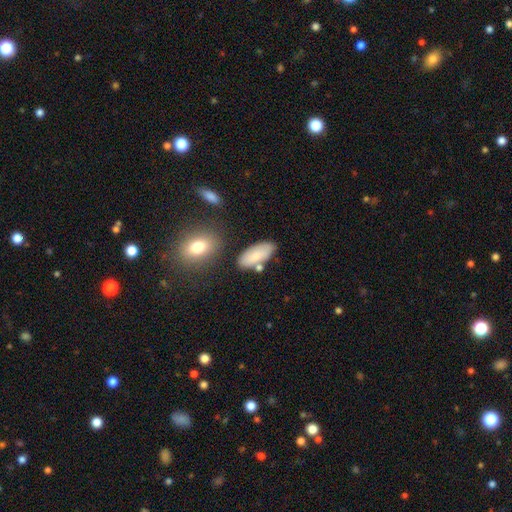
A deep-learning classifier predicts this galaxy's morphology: A smooth galaxy with no disk features (79%) that is in between round and cigar-shaped (87%).

Vote fractions:
- Smooth or featured? smooth: 79% / featured or disk: 14% / star or artifact: 7%
- How rounded? in between: 87% / cigar-shaped: 10% / round: 3%
- Merging? none: 70% / minor disturbance: 16% / merger: 10% / major disturbance: 4%